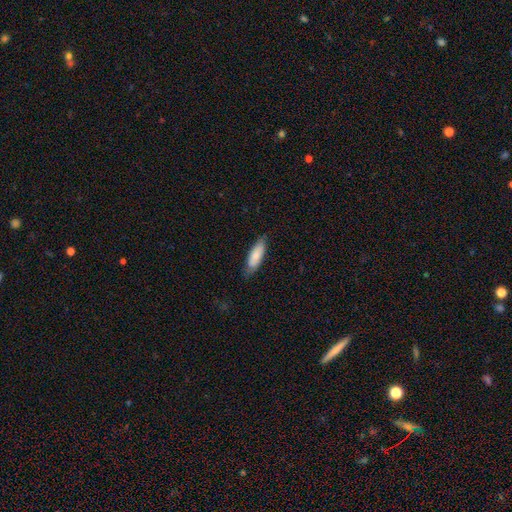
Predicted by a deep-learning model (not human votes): This is clearly a smooth galaxy (81%). How rounded: possibly in between (56%). Merging: likely none (77%).